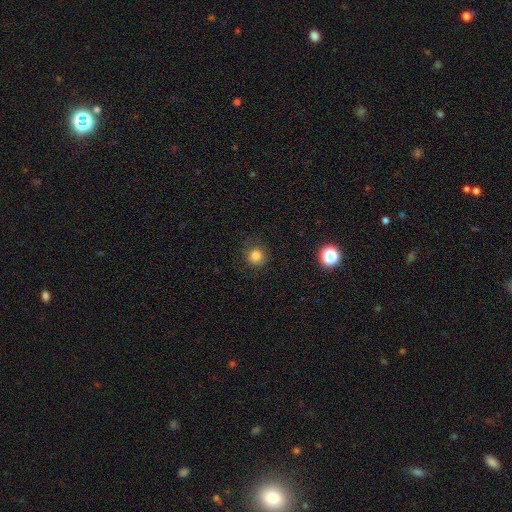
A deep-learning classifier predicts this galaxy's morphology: type=smooth (81%); roundness=round (92%); merging=none (81%).